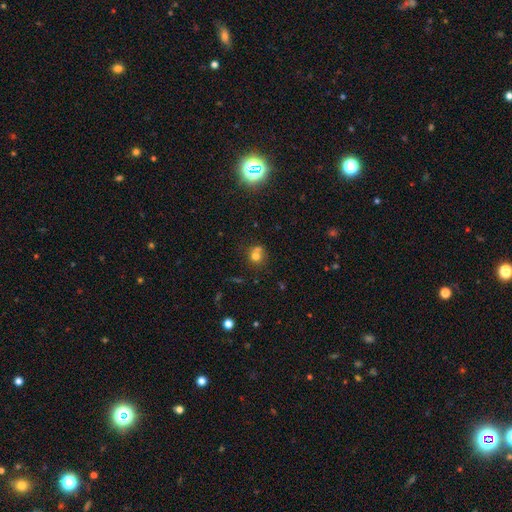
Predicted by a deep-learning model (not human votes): smooth_or_featured: smooth (p=0.71) [alt: star or artifact p=0.15]
how_rounded: round (p=0.81) [alt: in between p=0.18]
merging: none (p=0.46) [alt: merger p=0.38]